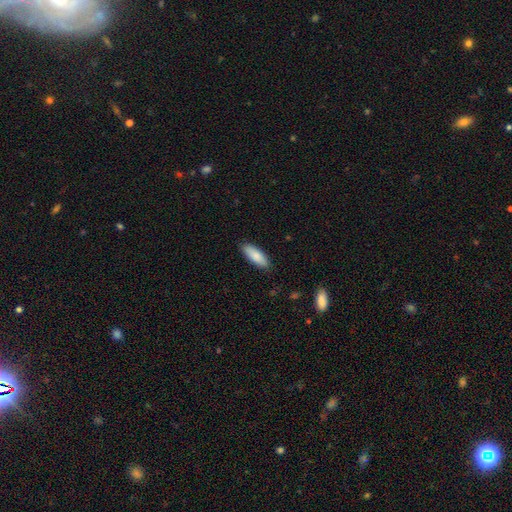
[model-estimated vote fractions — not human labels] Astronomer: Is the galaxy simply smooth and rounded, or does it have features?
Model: smooth — 86%.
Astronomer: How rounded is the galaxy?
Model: in between — 67%.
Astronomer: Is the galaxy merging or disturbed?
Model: none — 88%.